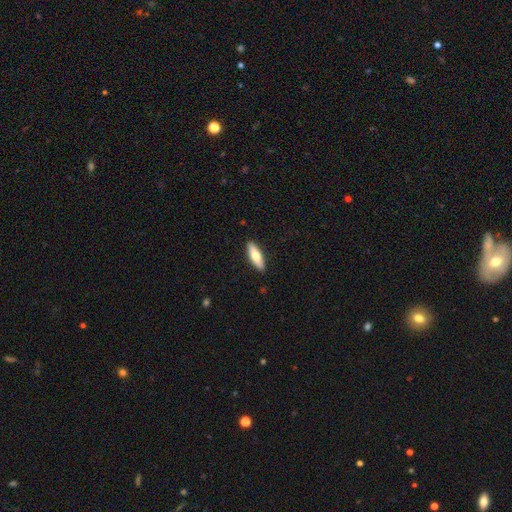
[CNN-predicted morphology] This is likely a smooth galaxy (65%). How rounded: possibly cigar-shaped (52%). Merging: clearly none (90%).